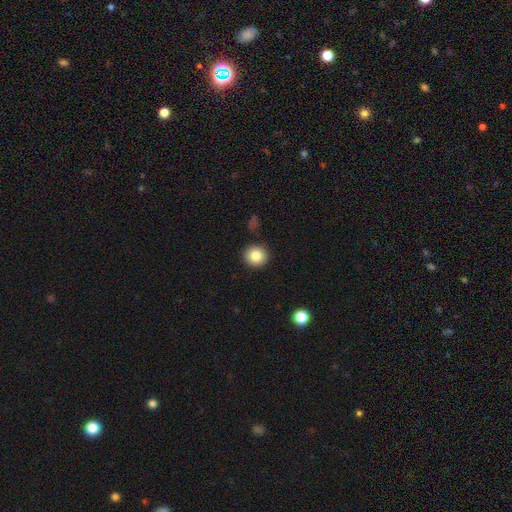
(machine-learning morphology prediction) A smooth galaxy with no disk features (84%) that is round (91%). Merging: none (89%).